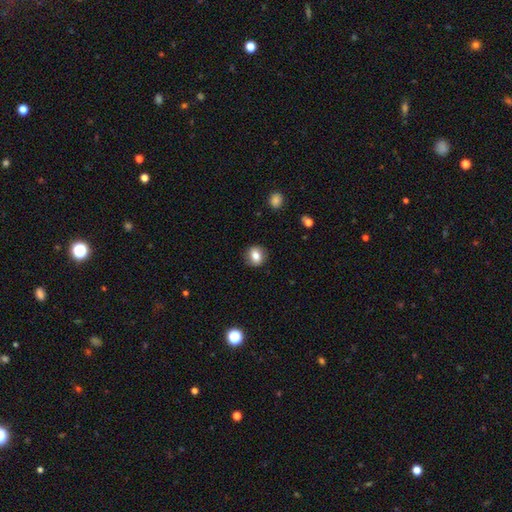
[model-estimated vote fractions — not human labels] Smooth or featured?
  - smooth: 77% *
  - featured or disk: 14%
  - star or artifact: 9%
How rounded?
  - round: 71% *
  - in between: 28%
  - cigar-shaped: 1%
Merging?
  - none: 87% *
  - minor disturbance: 10%
  - major disturbance: 3%
  - merger: 1%